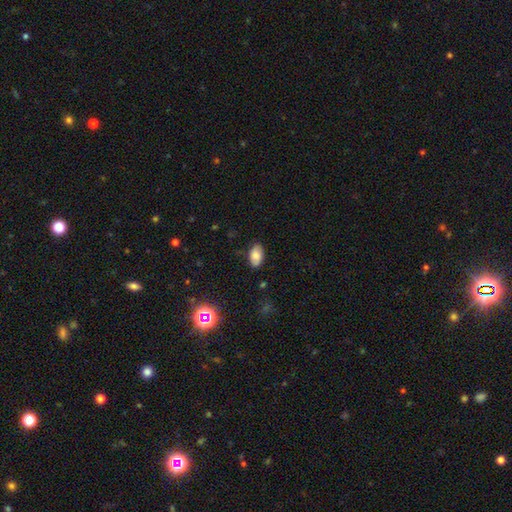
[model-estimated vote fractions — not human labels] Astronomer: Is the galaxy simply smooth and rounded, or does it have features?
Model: smooth — 79%.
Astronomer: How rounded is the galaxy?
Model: in between — 93%.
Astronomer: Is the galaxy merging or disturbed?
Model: none — 84%.